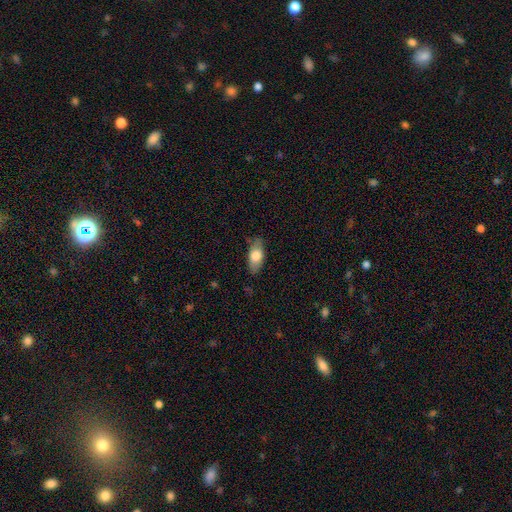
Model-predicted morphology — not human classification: Smooth or featured? Predicted: smooth (p=0.72). How rounded? Predicted: in between (p=0.84). Merging? Predicted: none (p=0.81).